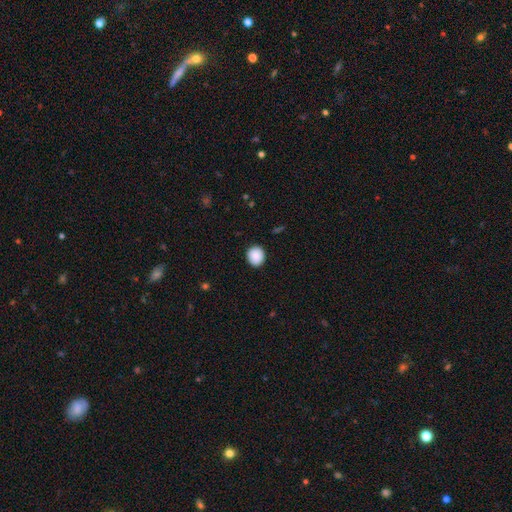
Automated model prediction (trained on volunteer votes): smooth-or-featured: smooth: 89% | star or artifact: 8% | featured or disk: 3%
  how-rounded: round: 83% | in between: 16% | cigar-shaped: 1%
  merging: none: 90% | minor disturbance: 8% | major disturbance: 2% | merger: 1%